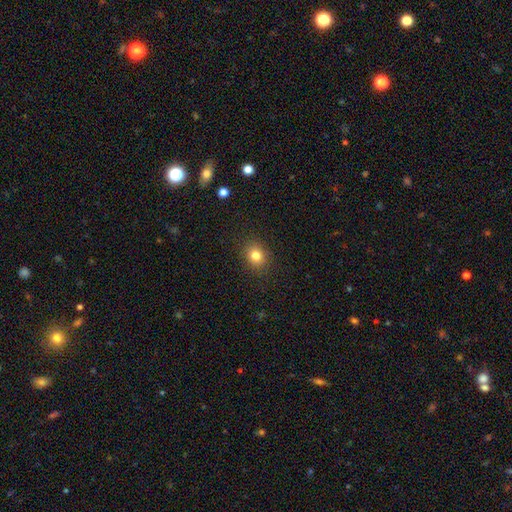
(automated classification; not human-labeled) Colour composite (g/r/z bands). It shows a smooth galaxy with no disk features (81%) that is round (66%). Merging: none (89%).